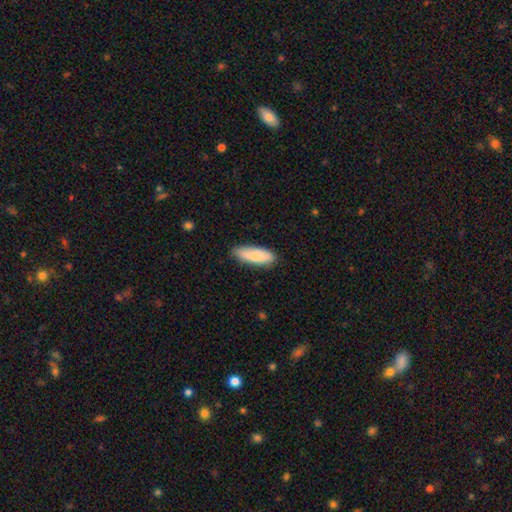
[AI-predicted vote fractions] Overall: smooth (84%). How rounded: in between (58%; cigar-shaped 40%). Merging: none (82%).